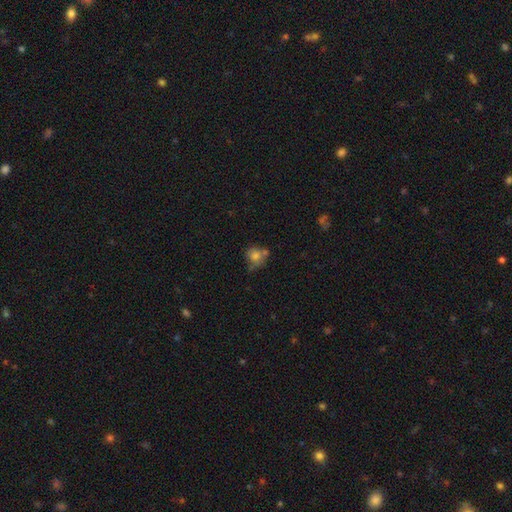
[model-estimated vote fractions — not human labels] A smooth galaxy with no disk features (76%) that is round (77%). Merging: none (43%).